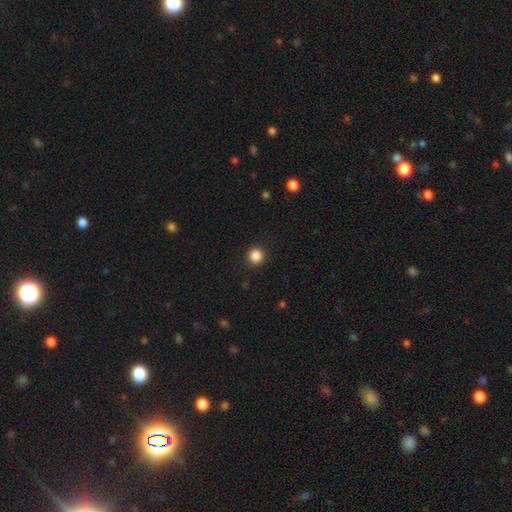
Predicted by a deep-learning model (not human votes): Smooth or featured? smooth (86%)
How rounded? round (94%)
Merging? none (92%)